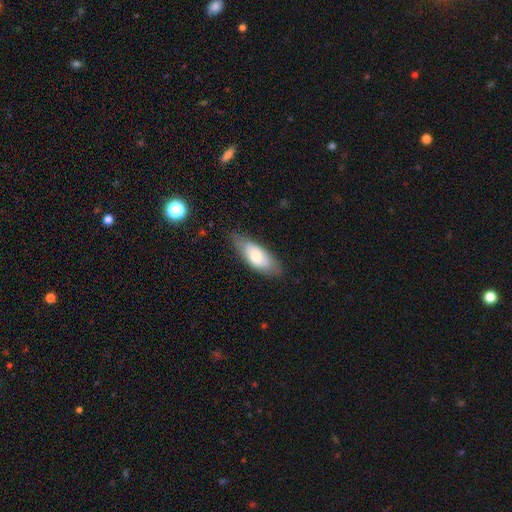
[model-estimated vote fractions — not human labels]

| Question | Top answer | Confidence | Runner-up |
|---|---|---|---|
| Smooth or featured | smooth | 73% | featured or disk (21%) |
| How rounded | in between | 77% | cigar-shaped (21%) |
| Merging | none | 74% | minor disturbance (20%) |